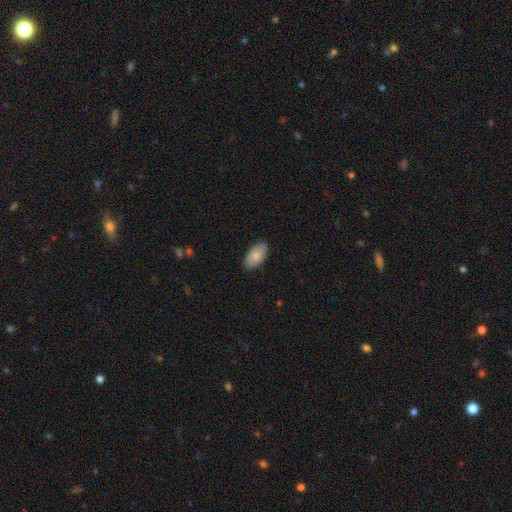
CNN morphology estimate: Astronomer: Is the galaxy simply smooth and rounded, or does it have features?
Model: smooth — 79%.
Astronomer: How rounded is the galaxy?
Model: in between — 94%.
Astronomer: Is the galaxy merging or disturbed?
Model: none — 85%.